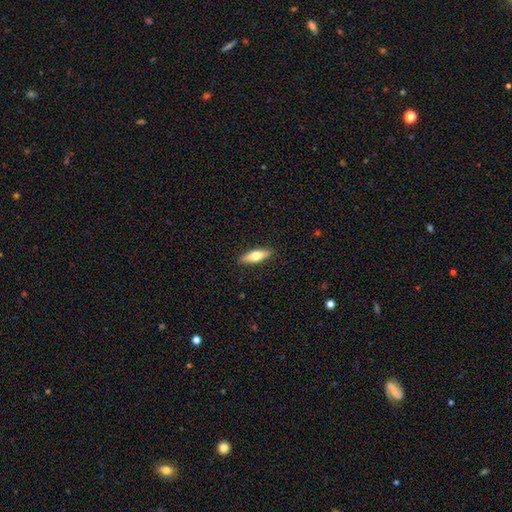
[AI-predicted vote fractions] smooth-or-featured: smooth: 63% | featured or disk: 31% | star or artifact: 6%
  how-rounded: cigar-shaped: 53% | in between: 45% | round: 2%
  merging: none: 90% | minor disturbance: 7% | major disturbance: 2% | merger: 1%